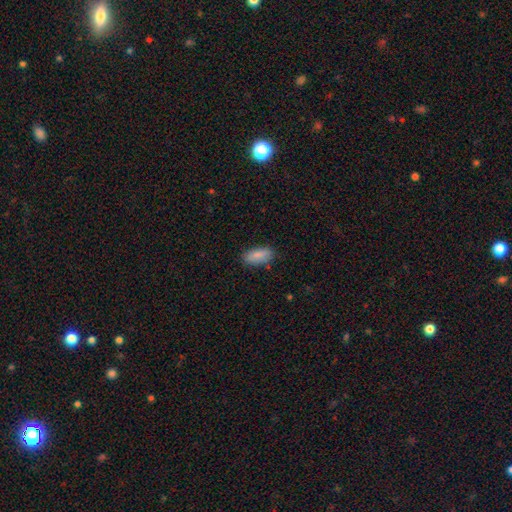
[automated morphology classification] Smooth or featured?
  - smooth: 85% *
  - featured or disk: 8%
  - star or artifact: 7%
How rounded?
  - in between: 86% *
  - cigar-shaped: 12%
  - round: 2%
Merging?
  - none: 85% *
  - minor disturbance: 11%
  - major disturbance: 2%
  - merger: 1%